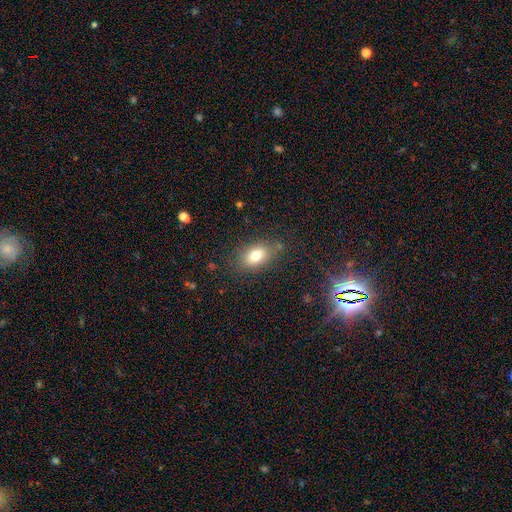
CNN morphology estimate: type=smooth (78%); roundness=in between (83%); merging=none (80%).